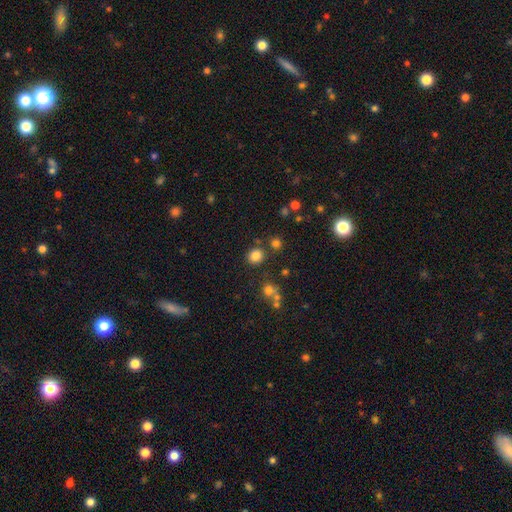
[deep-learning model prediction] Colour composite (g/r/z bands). It shows a smooth galaxy with no disk features (81%) that is round (83%). Merging: none (82%).